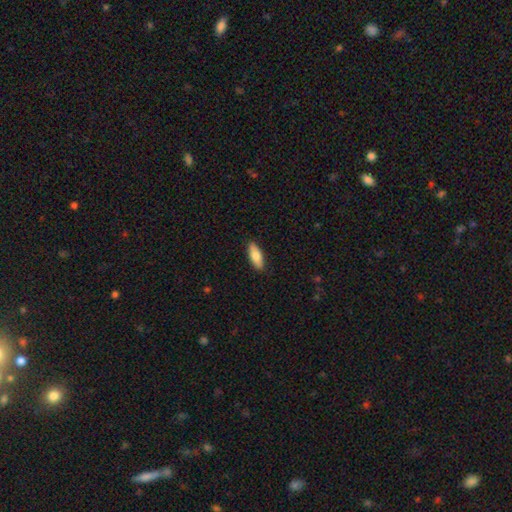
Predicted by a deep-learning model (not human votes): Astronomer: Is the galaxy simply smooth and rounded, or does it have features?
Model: smooth — 82%.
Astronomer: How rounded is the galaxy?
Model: in between — 73%.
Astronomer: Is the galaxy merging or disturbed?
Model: none — 88%.